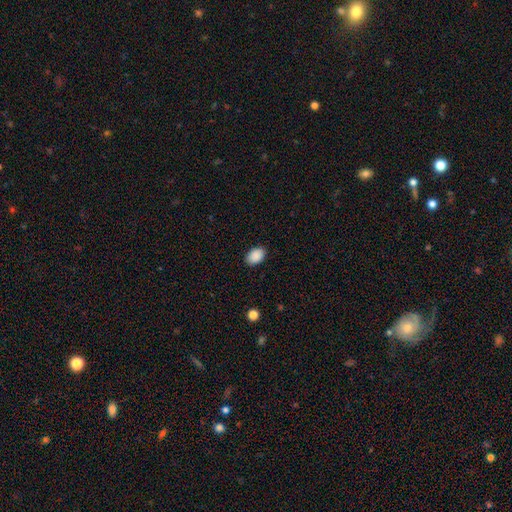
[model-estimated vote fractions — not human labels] A smooth galaxy with no disk features (90%) that is in between round and cigar-shaped (86%). Merging: none (88%).